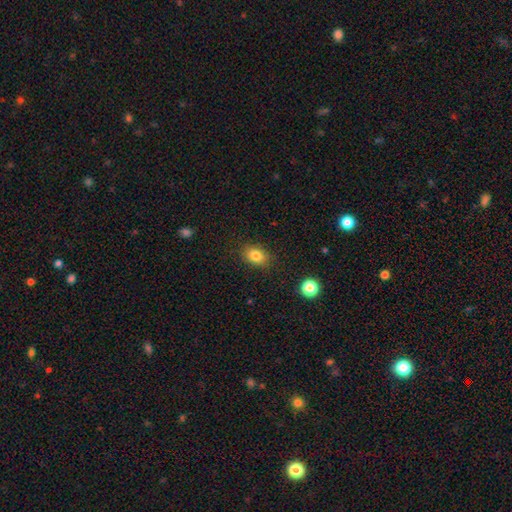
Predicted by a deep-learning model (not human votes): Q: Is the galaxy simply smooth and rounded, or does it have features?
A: smooth — 82%.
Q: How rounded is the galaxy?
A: in between — 71%.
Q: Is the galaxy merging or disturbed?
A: none — 85%.